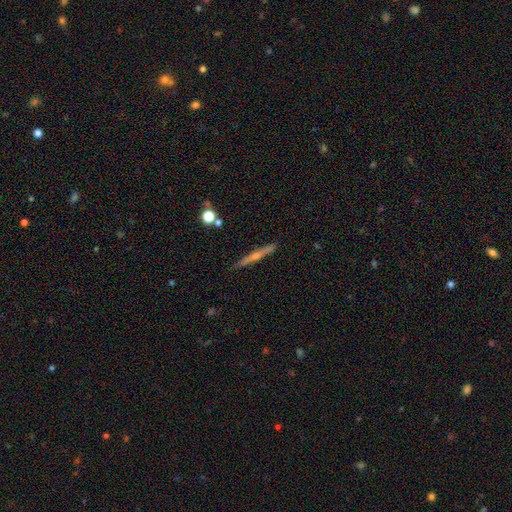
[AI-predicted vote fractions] Overall: featured or disk (71%). Edge-on disk: yes (98%). Edge-on bulge: rounded (80%). Merging: none (90%).